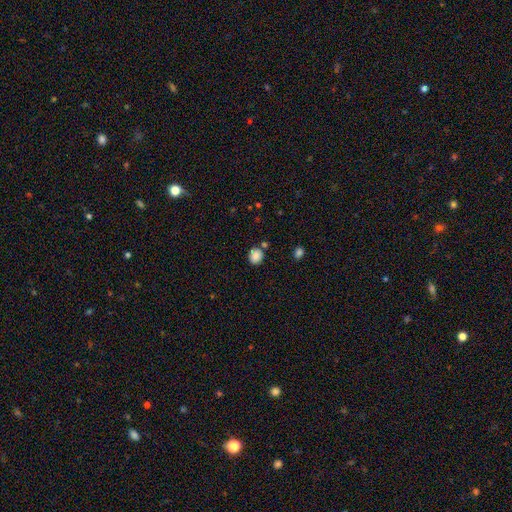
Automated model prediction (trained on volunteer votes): Q: Smooth or featured?
A: smooth (85%); runner-up: star or artifact (10%)
Q: How rounded?
A: round (76%); runner-up: in between (23%)
Q: Merging?
A: none (73%); runner-up: minor disturbance (15%)